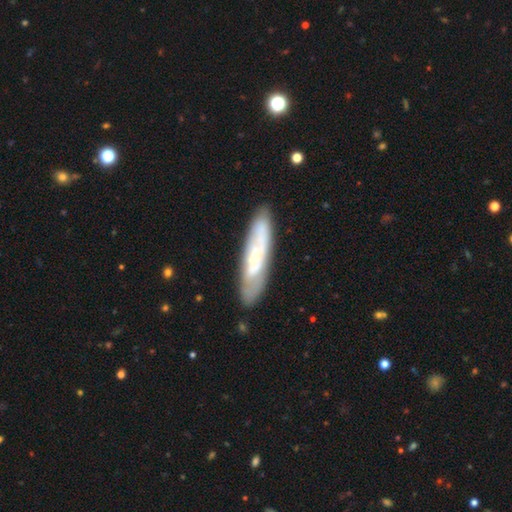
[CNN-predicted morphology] smooth-or-featured: featured or disk: 57% | smooth: 37% | star or artifact: 6%
  disk-edge-on: no: 64% | yes: 36%
  merging: none: 78% | minor disturbance: 15% | major disturbance: 4% | merger: 3%